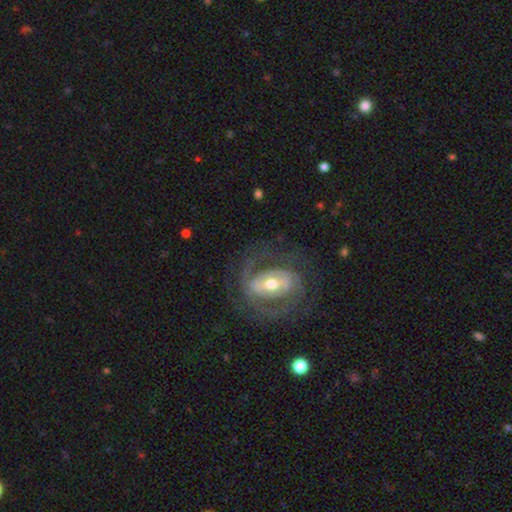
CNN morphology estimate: smooth-or-featured: featured or disk: 72% | smooth: 14% | star or artifact: 14%
  disk-edge-on: no: 86% | yes: 14%
    bar: strong: 52% | weak: 30% | no: 18%
    has-spiral-arms: yes: 73% | no: 27%
    bulge-size: moderate: 51% | small: 39% | large: 6% | dominant: 2% | none: 2%
  merging: none: 77% | minor disturbance: 12% | major disturbance: 10% | merger: 2%